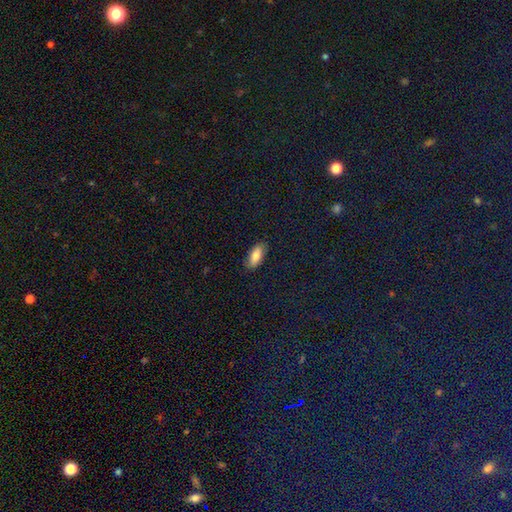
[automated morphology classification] Smooth or featured? smooth (80%)
How rounded? in between (83%)
Merging? none (85%)